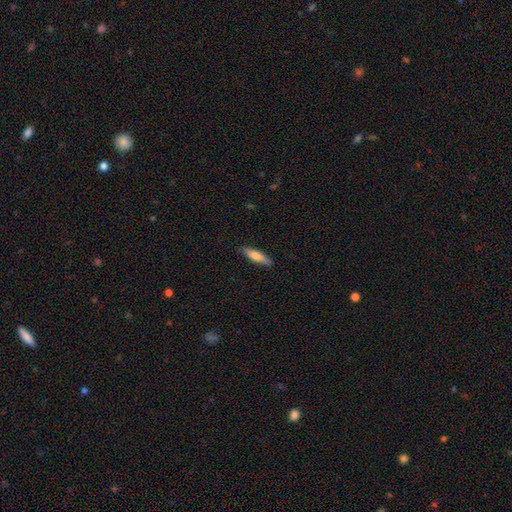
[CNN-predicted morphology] A smooth galaxy with no disk features (72%) that is cigar-shaped (71%).

Vote fractions:
- Smooth or featured? smooth: 72% / featured or disk: 22% / star or artifact: 6%
- How rounded? cigar-shaped: 71% / in between: 28% / round: 2%
- Merging? none: 86% / minor disturbance: 11% / major disturbance: 2% / merger: 1%